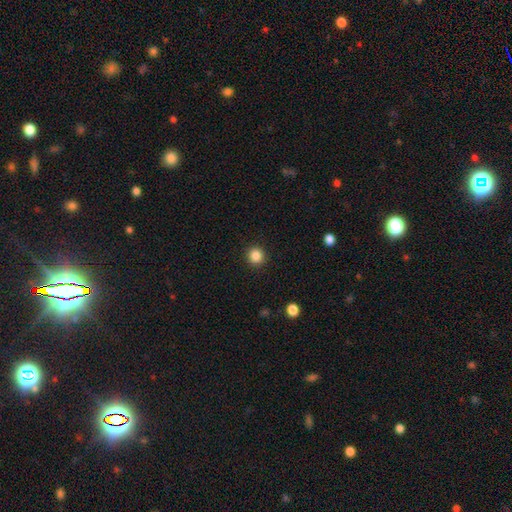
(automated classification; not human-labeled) This is clearly a smooth galaxy (86%). How rounded: clearly round (94%). Merging: clearly none (92%).